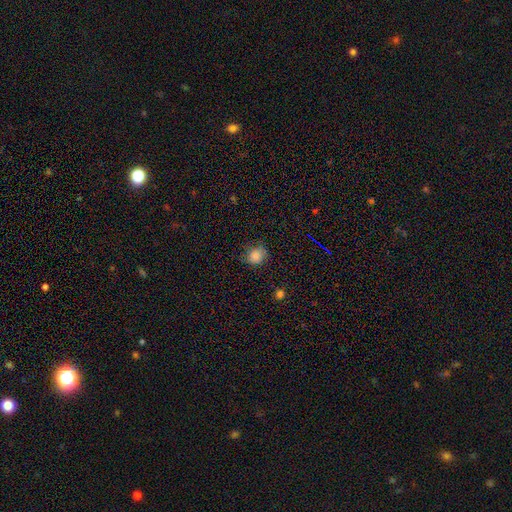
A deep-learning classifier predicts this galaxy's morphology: A smooth galaxy with no disk features (82%) that is round (73%).

Vote fractions:
- Smooth or featured? smooth: 82% / star or artifact: 12% / featured or disk: 6%
- How rounded? round: 73% / in between: 26% / cigar-shaped: 1%
- Merging? none: 68% / minor disturbance: 24% / major disturbance: 7% / merger: 2%